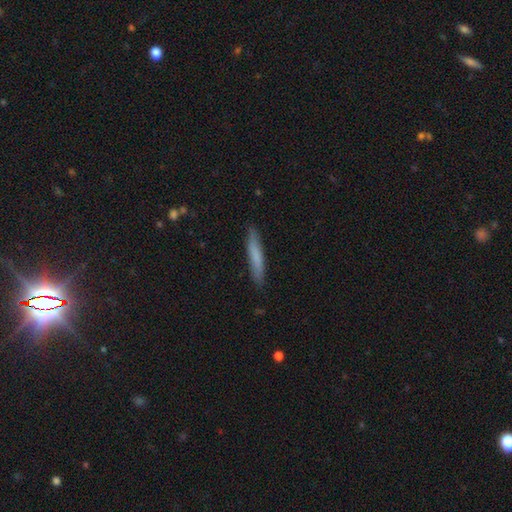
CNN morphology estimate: A smooth galaxy with no disk features (73%) that is cigar-shaped (93%).

Vote fractions:
- Smooth or featured? smooth: 73% / featured or disk: 22% / star or artifact: 6%
- How rounded? cigar-shaped: 93% / in between: 5% / round: 1%
- Merging? none: 88% / minor disturbance: 9% / major disturbance: 2% / merger: 1%